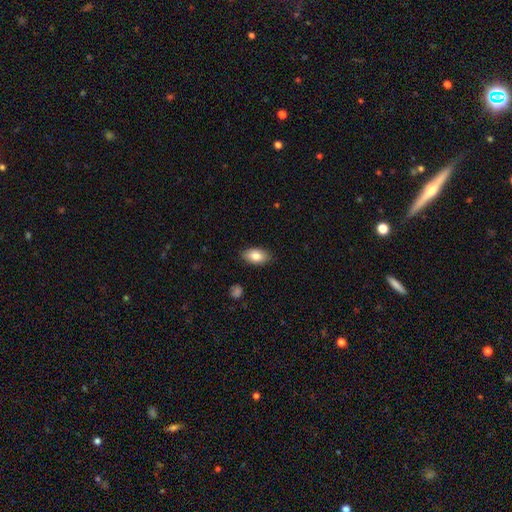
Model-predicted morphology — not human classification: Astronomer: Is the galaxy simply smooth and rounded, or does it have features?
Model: smooth — 83%.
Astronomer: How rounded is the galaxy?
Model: in between — 92%.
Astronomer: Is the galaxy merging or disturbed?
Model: none — 87%.